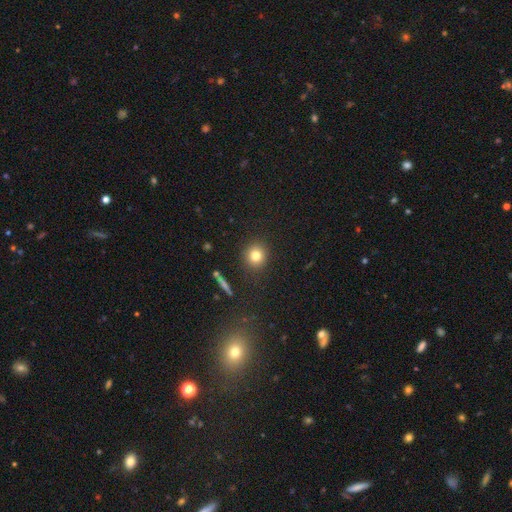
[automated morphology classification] A smooth galaxy with no disk features (79%) that is round (88%). Merging: none (90%).